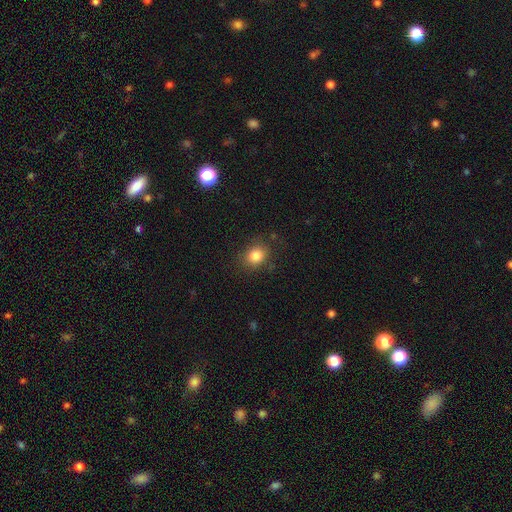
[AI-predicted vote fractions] This is clearly a smooth galaxy (83%). How rounded: possibly round (56%). Merging: clearly none (80%).